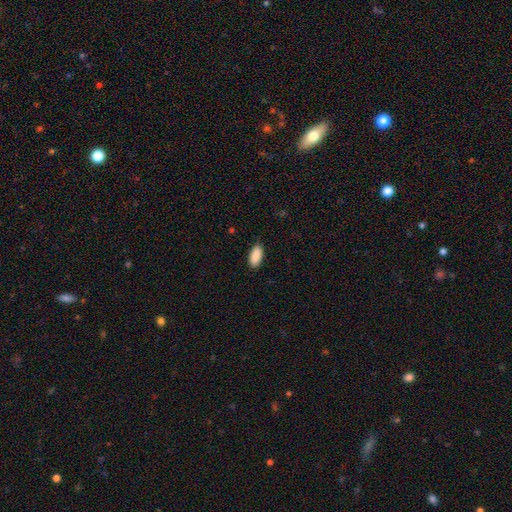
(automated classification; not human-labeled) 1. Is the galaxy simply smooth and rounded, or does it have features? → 91% smooth, 6% star or artifact, 3% featured or disk.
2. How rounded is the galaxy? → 92% in between, 6% cigar-shaped, 2% round.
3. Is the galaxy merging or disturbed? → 86% none, 11% minor disturbance, 2% major disturbance, 1% merger.